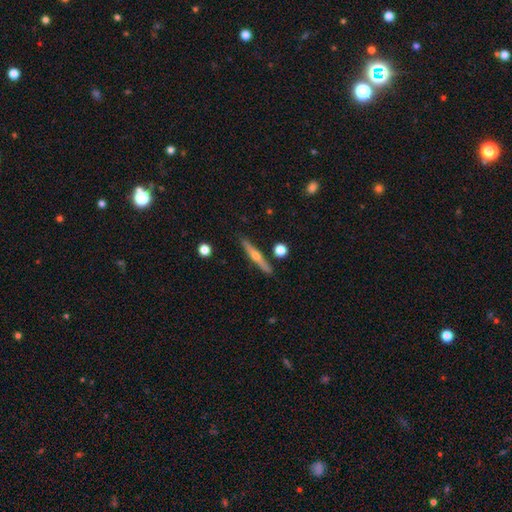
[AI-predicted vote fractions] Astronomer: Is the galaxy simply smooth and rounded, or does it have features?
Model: featured or disk — 61%.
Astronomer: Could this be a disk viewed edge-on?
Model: yes — 96%.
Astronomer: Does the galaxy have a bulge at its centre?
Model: rounded — 88%.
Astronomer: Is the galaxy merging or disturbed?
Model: none — 87%.